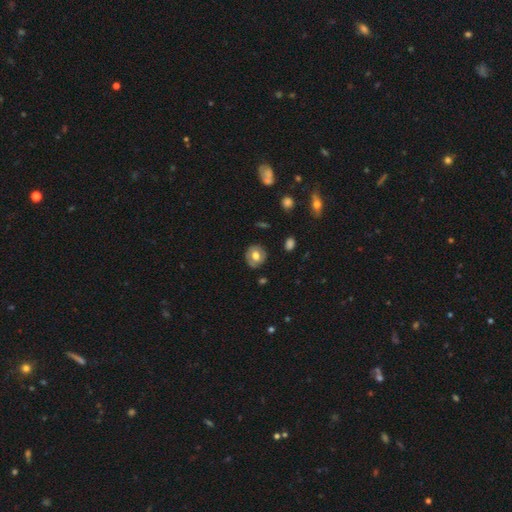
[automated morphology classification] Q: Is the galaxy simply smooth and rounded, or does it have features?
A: smooth — 61%.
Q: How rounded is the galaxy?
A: round — 81%.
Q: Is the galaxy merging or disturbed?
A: none — 82%.